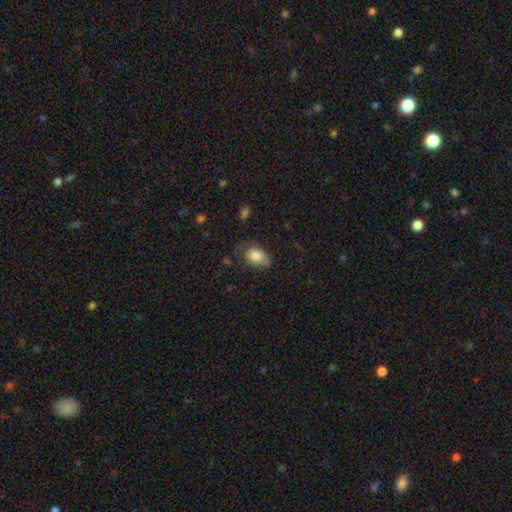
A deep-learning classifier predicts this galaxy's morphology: This is clearly a smooth galaxy (81%). How rounded: clearly in between (85%). Merging: possibly none (52%).